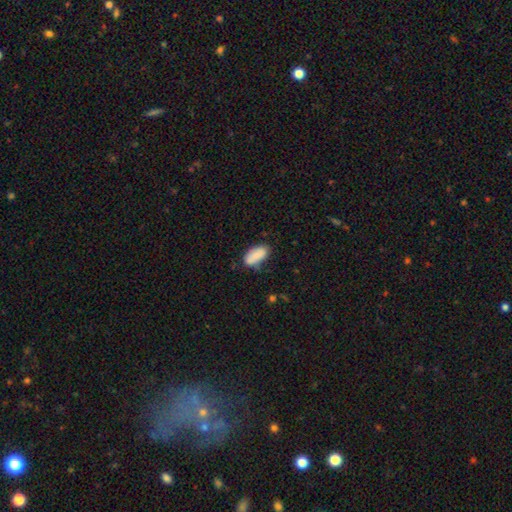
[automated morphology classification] Overall: smooth (83%). How rounded: in between (91%). Merging: none (64%; minor disturbance 25%).